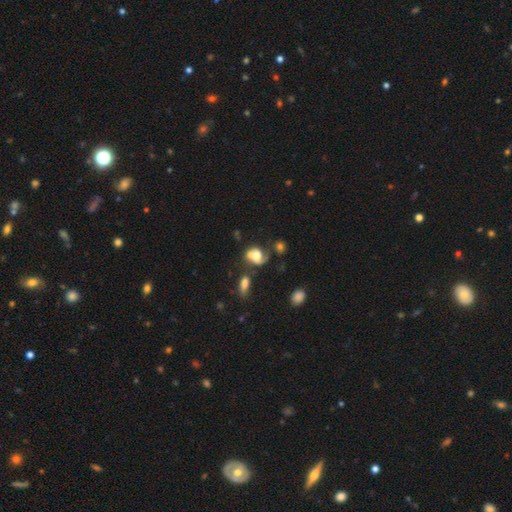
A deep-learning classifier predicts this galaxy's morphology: The model was most divided on "bulge size": large: 38%, moderate: 35%, small: 12%, none: 9%, dominant: 7%. Remaining: edge-on disk — no (96%); spiral arms — yes (79%); bar — no (65%); smooth or featured — featured or disk (53%); merging — none (38%).